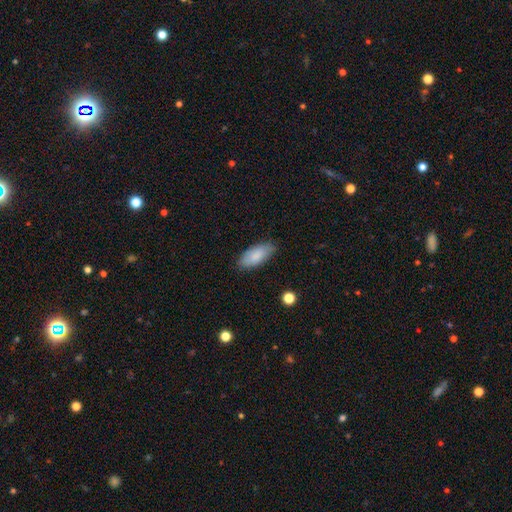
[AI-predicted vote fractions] Q: Smooth or featured?
A: smooth (85%); runner-up: featured or disk (9%)
Q: How rounded?
A: in between (87%); runner-up: cigar-shaped (11%)
Q: Merging?
A: none (82%); runner-up: minor disturbance (14%)